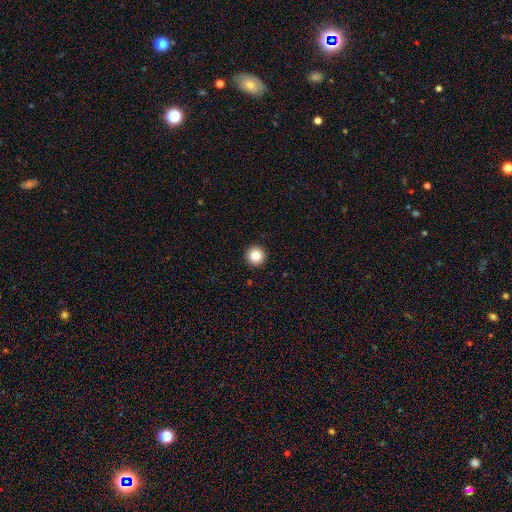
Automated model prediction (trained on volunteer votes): Smooth or featured? Predicted: smooth (p=0.86). How rounded? Predicted: round (p=0.97). Merging? Predicted: none (p=0.94).